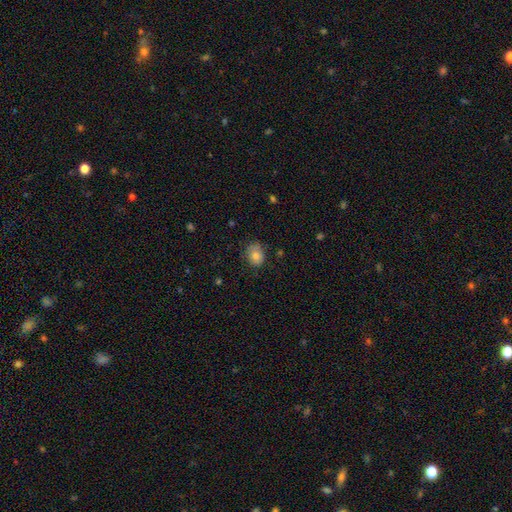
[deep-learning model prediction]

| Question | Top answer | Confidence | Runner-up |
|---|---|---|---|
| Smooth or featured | smooth | 80% | featured or disk (10%) |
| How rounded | round | 52% | in between (48%) |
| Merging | none | 68% | minor disturbance (24%) |